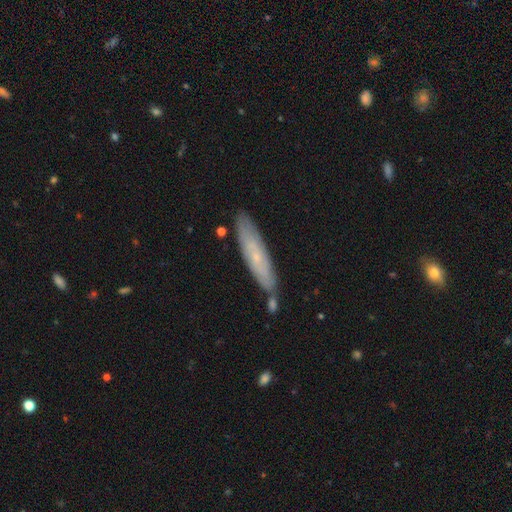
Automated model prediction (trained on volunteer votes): smooth 47%, featured or disk 45%, star or artifact 7%. Down the decision tree: merging — none (76%).